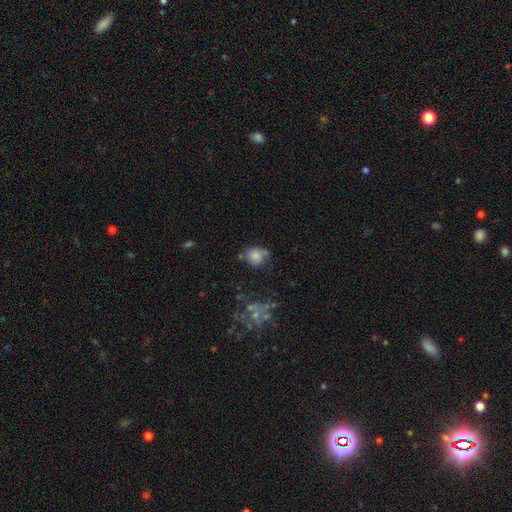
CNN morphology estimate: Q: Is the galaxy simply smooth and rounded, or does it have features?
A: smooth — 74%.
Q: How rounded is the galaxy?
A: round — 80%.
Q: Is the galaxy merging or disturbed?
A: none — 52%.